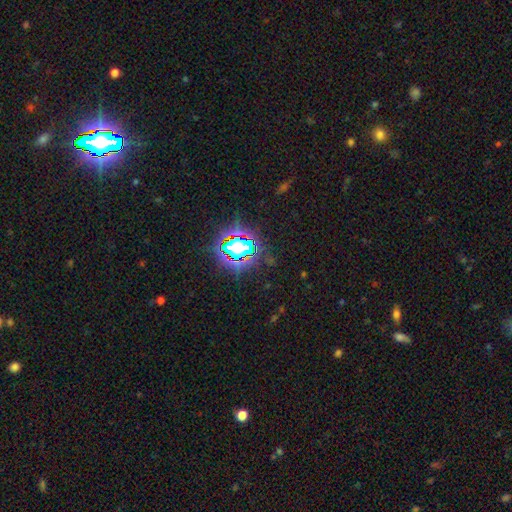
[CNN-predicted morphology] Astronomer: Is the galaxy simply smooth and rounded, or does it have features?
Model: star or artifact — 81%.